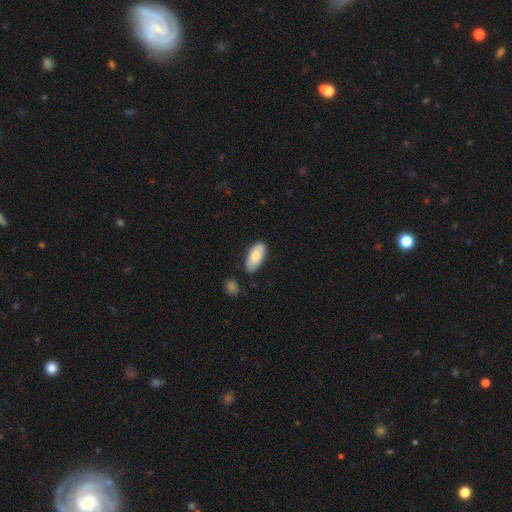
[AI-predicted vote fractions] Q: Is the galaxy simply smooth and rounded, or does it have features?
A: smooth — 82%.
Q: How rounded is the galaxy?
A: in between — 89%.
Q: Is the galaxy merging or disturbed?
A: none — 81%.